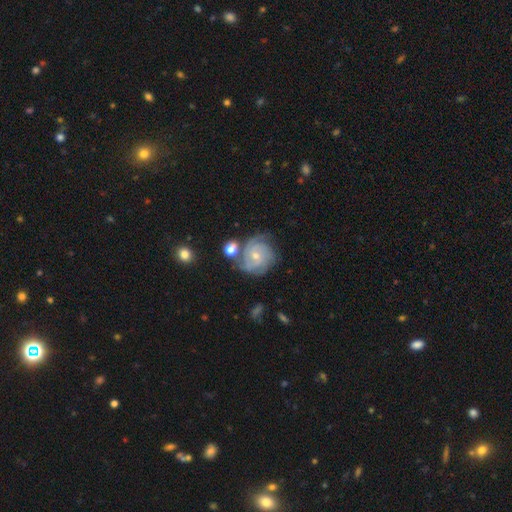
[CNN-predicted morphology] Smooth or featured? featured or disk (79%)
Edge-on disk? no (98%)
Bar? no (74%)
Spiral arms? yes (94%)
Spiral winding? tight (66%)
Spiral arm count? 3 (33%)
Bulge size? small (60%)
Merging? none (60%)